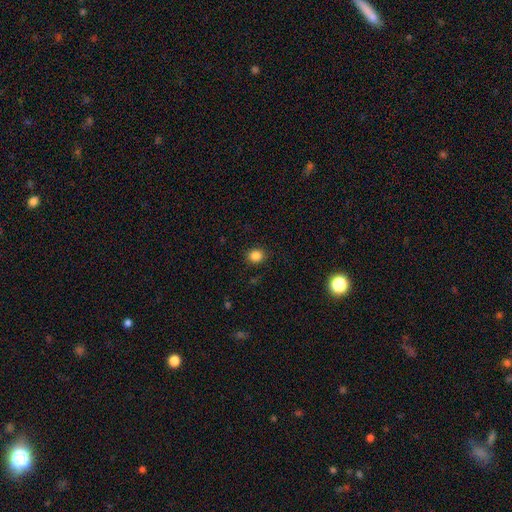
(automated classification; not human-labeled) This appears to be a smooth galaxy with no disk features (85%) that is round (74%). Merging: none (90%).